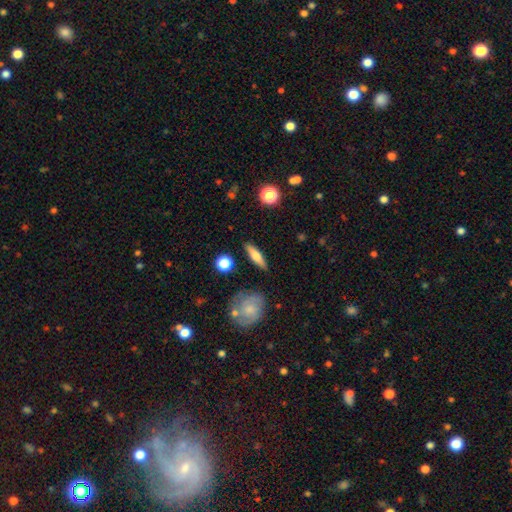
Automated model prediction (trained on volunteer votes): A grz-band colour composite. It shows a smooth galaxy with no disk features (58%) that is cigar-shaped (67%). Merging: none (86%).